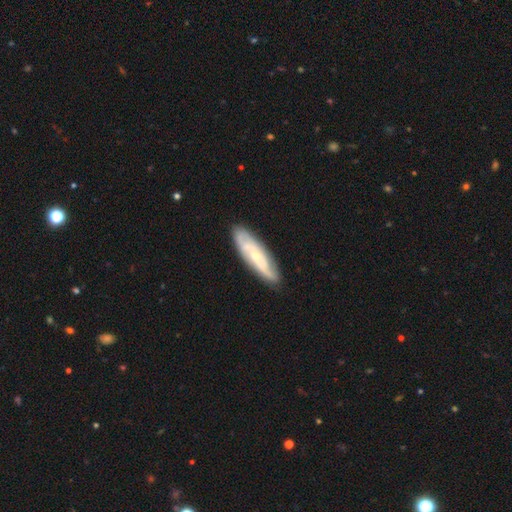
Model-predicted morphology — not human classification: Smooth or featured?
  - featured or disk: 62% *
  - smooth: 32%
  - star or artifact: 6%
Edge-on disk?
  - no: 72% *
  - yes: 28%
Merging?
  - none: 84% *
  - minor disturbance: 12%
  - major disturbance: 3%
  - merger: 1%